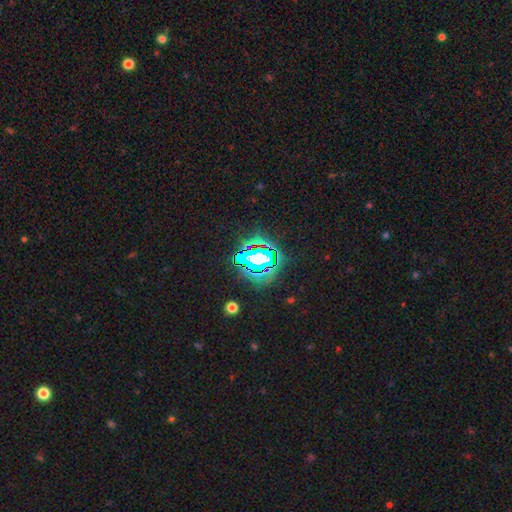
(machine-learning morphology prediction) smooth_or_featured: star or artifact (p=0.69) [alt: smooth p=0.16]